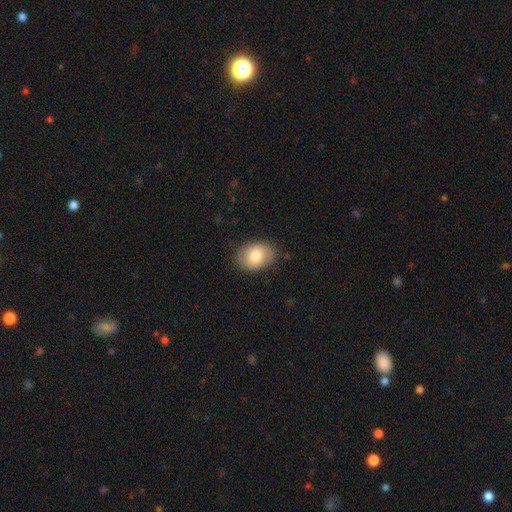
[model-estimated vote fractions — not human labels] A smooth galaxy with no disk features (79%) that is in between round and cigar-shaped (71%). Merging: none (82%).